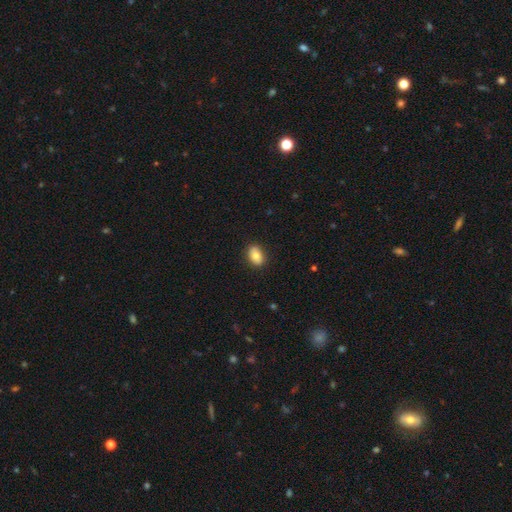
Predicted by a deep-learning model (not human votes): Overall: smooth (80%). How rounded: in between (84%). Merging: none (86%).